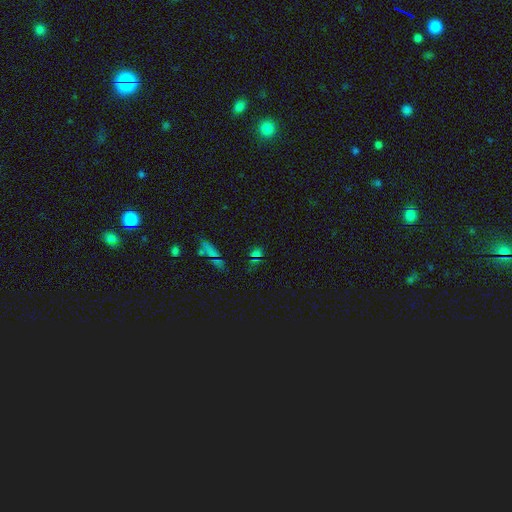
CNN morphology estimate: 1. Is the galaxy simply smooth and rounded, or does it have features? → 50% star or artifact, 41% smooth, 9% featured or disk.